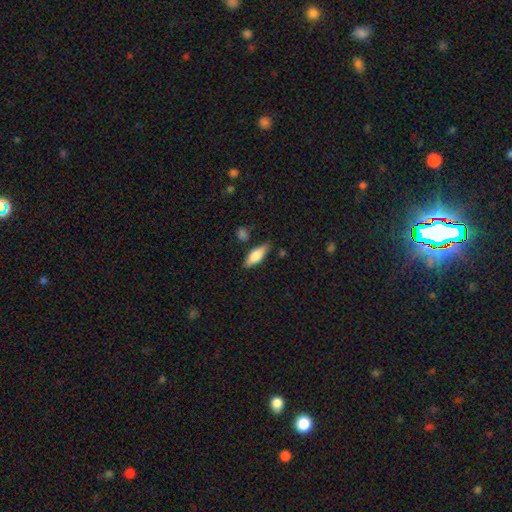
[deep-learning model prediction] Smooth or featured: smooth — 71% (featured or disk — 23%)
How rounded: in between — 66% (cigar-shaped — 32%)
Merging: none — 80% (minor disturbance — 14%)